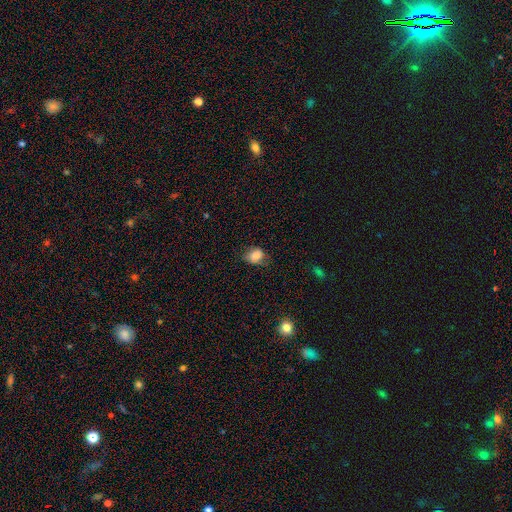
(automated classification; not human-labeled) A smooth galaxy with no disk features (82%) that is in between round and cigar-shaped (60%). Merging: none (55%).